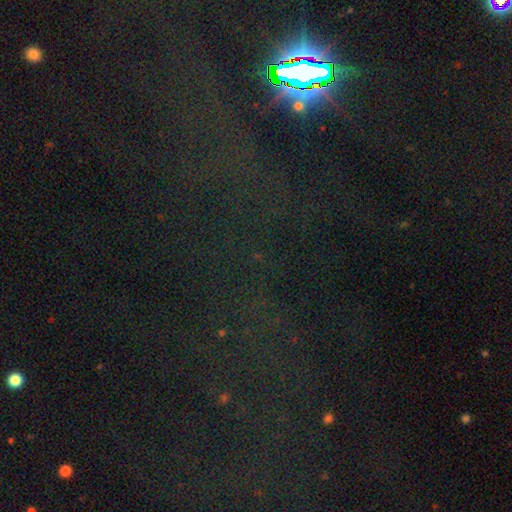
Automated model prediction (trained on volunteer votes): This appears to be a star or artifact, not a galaxy (80%).